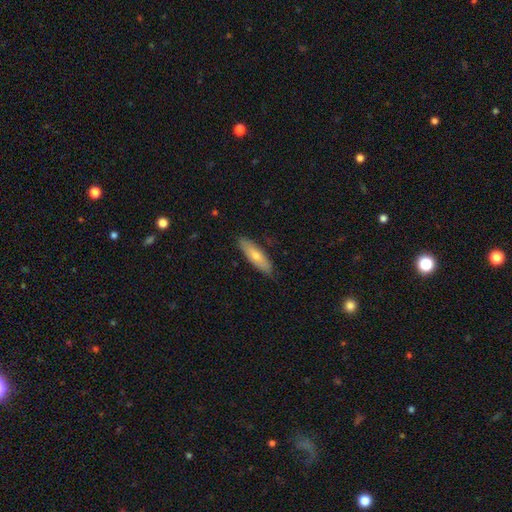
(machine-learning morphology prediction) Smooth or featured: smooth — 60% (featured or disk — 33%)
How rounded: cigar-shaped — 62% (in between — 36%)
Merging: none — 87% (minor disturbance — 10%)